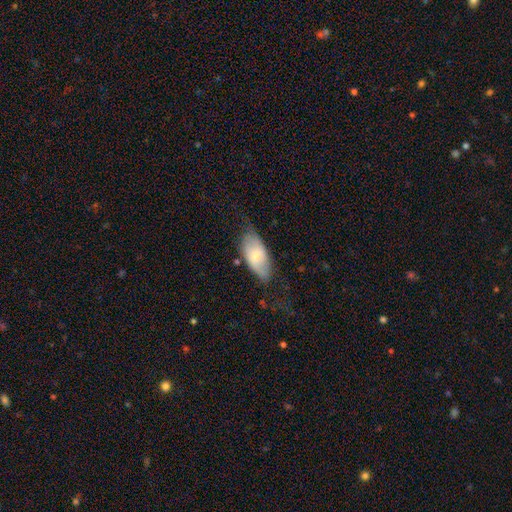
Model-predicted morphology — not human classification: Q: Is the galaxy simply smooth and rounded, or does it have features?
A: smooth — 66%.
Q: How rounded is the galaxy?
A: in between — 91%.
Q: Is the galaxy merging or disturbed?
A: none — 55%.